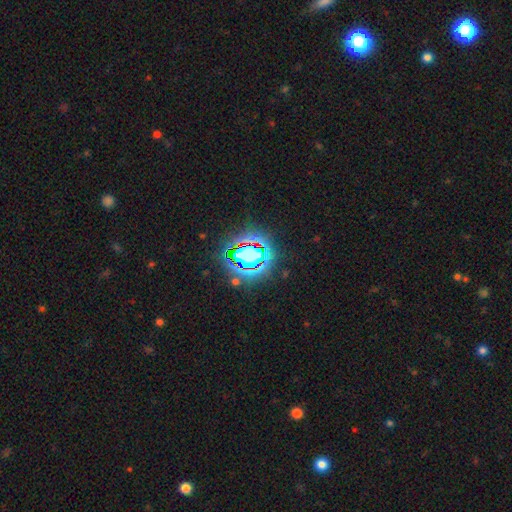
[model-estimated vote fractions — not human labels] Q: Smooth or featured?
A: star or artifact (68%); runner-up: smooth (20%)